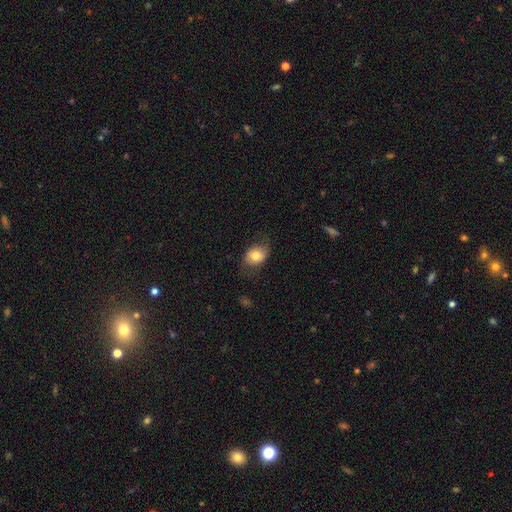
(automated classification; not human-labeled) A smooth galaxy with no disk features (73%) that is in between round and cigar-shaped (69%). Merging: none (69%).